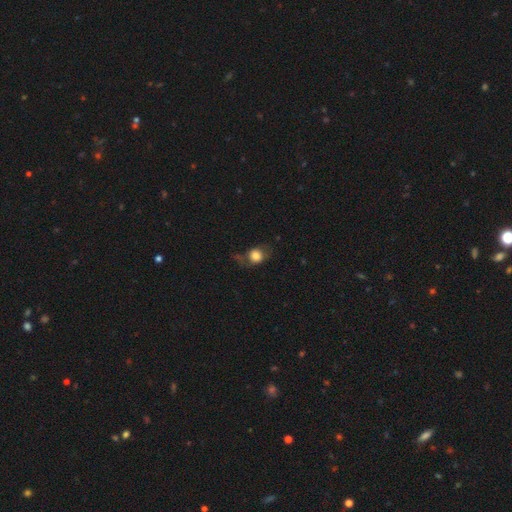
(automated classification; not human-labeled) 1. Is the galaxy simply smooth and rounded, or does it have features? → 73% smooth, 17% featured or disk, 10% star or artifact.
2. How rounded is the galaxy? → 66% round, 32% in between, 2% cigar-shaped.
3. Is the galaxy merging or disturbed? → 50% none, 26% minor disturbance, 21% major disturbance, 3% merger.